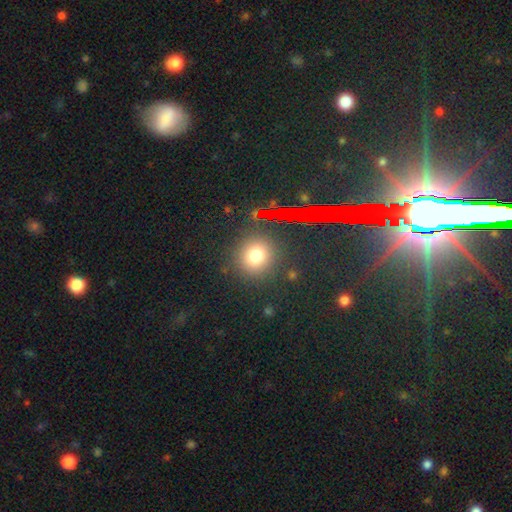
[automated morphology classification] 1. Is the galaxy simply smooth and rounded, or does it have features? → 74% smooth, 18% star or artifact, 8% featured or disk.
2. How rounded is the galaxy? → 83% round, 15% in between, 2% cigar-shaped.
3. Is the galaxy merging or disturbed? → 85% none, 8% minor disturbance, 3% major disturbance, 3% merger.